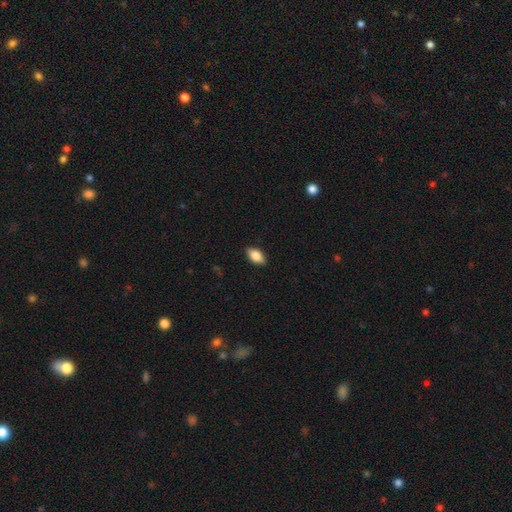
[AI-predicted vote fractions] Q: Smooth or featured?
A: smooth (82%); runner-up: featured or disk (10%)
Q: How rounded?
A: in between (90%); runner-up: round (5%)
Q: Merging?
A: none (88%); runner-up: minor disturbance (9%)